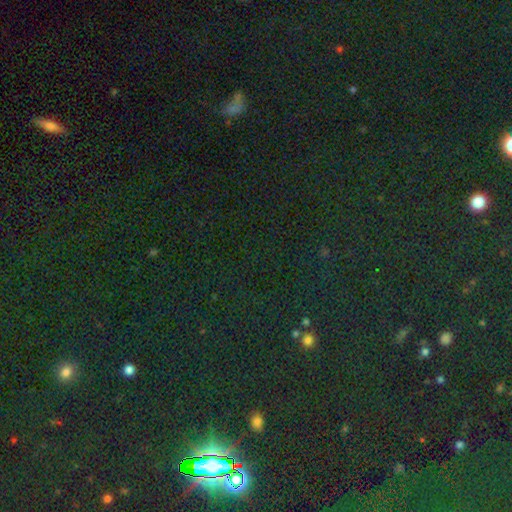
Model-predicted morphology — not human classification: star or artifact 77%, smooth 14%, featured or disk 8%.